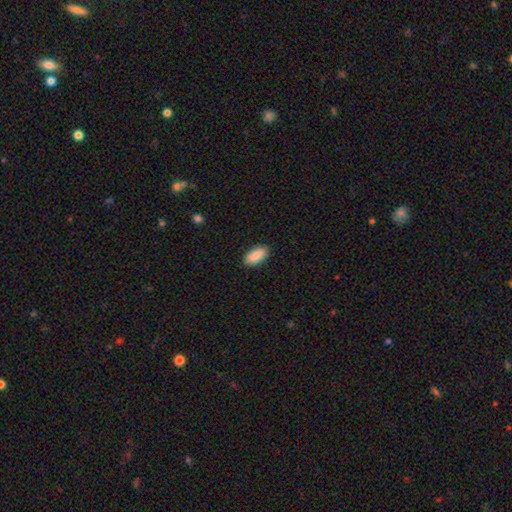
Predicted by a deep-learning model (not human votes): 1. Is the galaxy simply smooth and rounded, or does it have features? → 87% smooth, 6% featured or disk, 6% star or artifact.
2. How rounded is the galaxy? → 88% in between, 9% cigar-shaped, 2% round.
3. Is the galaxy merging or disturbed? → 89% none, 8% minor disturbance, 2% major disturbance, 1% merger.